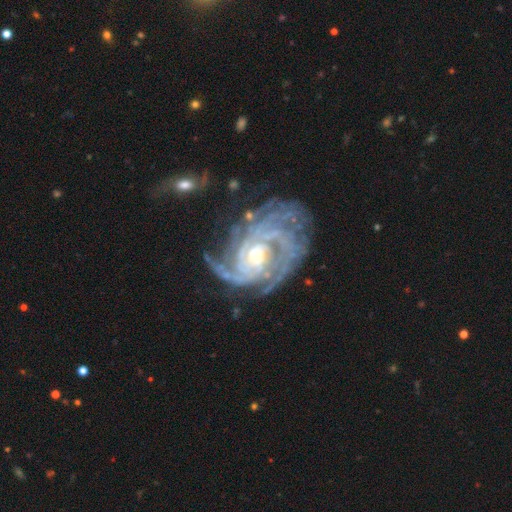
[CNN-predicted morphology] type=featured or disk (91%); edge-on=no (97%); bar=no (57%); spiral arms=yes (98%); winding=tight (68%); arm count=can't tell (22%, tied with 4); bulge=moderate (62%); merging=none (59%).